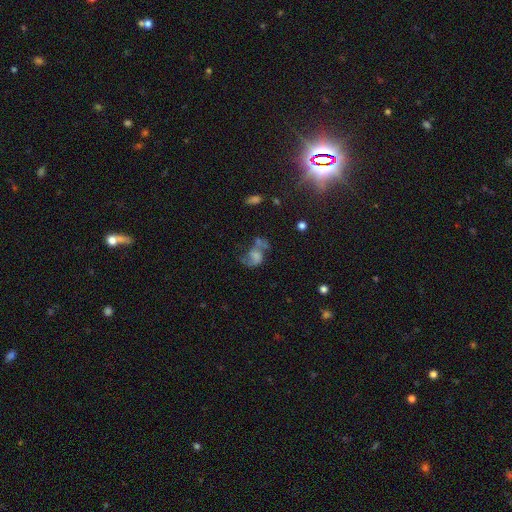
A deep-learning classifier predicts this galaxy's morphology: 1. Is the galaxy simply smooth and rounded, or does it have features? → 52% featured or disk, 34% smooth, 14% star or artifact.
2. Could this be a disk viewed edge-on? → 97% no, 3% yes.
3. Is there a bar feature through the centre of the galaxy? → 67% no, 27% weak, 7% strong.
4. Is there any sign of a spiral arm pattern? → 67% yes, 33% no.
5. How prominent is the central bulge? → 44% none, 21% small, 21% moderate, 11% large, 3% dominant.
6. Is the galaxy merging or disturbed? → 30% major disturbance, 28% none, 23% merger, 18% minor disturbance.